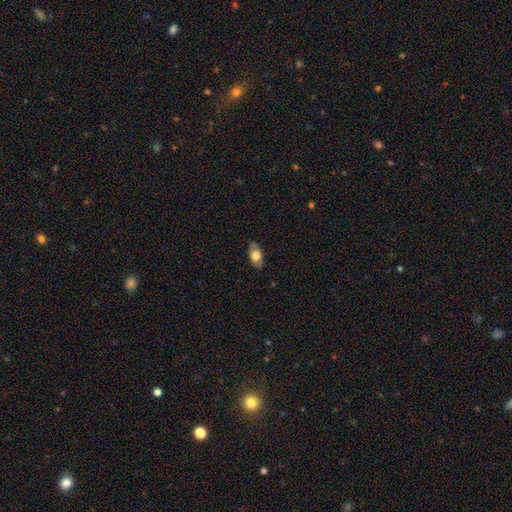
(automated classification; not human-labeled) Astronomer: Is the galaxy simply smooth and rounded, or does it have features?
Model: smooth — 69%.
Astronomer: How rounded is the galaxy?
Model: in between — 88%.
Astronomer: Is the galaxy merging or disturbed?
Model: none — 78%.